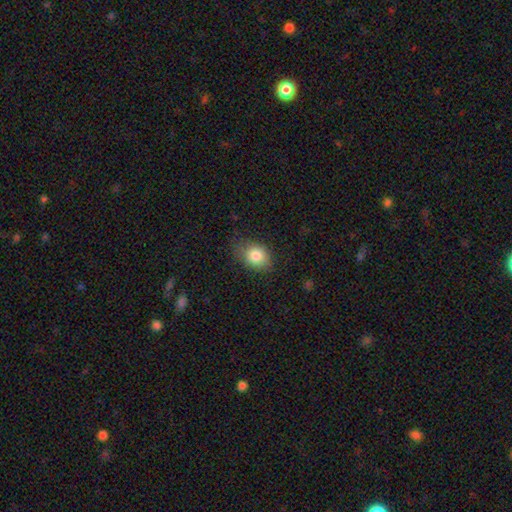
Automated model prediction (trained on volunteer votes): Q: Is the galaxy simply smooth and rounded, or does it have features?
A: smooth — 82%.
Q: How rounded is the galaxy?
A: in between — 60%.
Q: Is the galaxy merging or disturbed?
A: none — 68%.